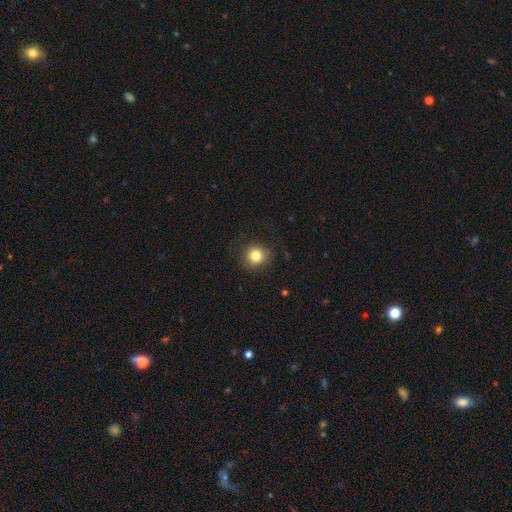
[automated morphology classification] This is clearly a smooth galaxy (82%). How rounded: clearly round (92%). Merging: clearly none (87%).